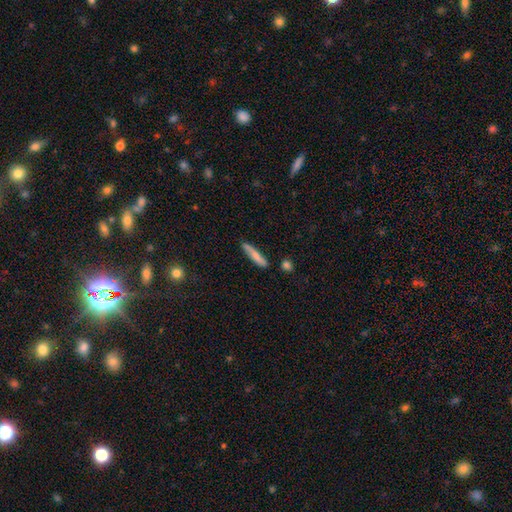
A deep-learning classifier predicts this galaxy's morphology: A smooth galaxy with no disk features (71%) that is cigar-shaped (88%).

Vote fractions:
- Smooth or featured? smooth: 71% / featured or disk: 23% / star or artifact: 6%
- How rounded? cigar-shaped: 88% / in between: 10% / round: 2%
- Merging? none: 78% / minor disturbance: 15% / merger: 4% / major disturbance: 3%